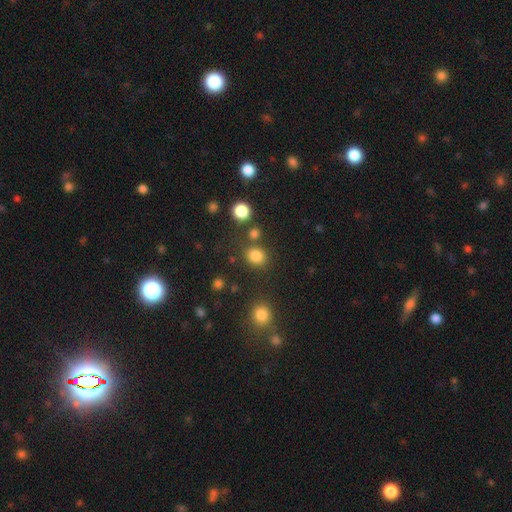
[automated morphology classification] Smooth or featured?
  - smooth: 82% *
  - star or artifact: 13%
  - featured or disk: 5%
How rounded?
  - round: 67% *
  - in between: 32%
  - cigar-shaped: 1%
Merging?
  - none: 76% *
  - minor disturbance: 10%
  - merger: 10%
  - major disturbance: 4%